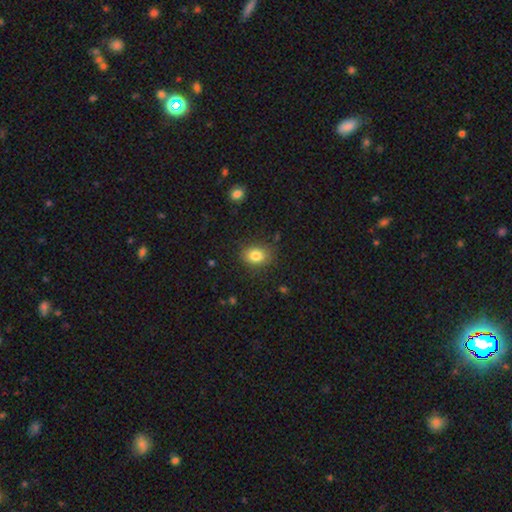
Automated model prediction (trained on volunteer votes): A smooth galaxy with no disk features (83%) that is in between round and cigar-shaped (61%). Merging: none (84%).